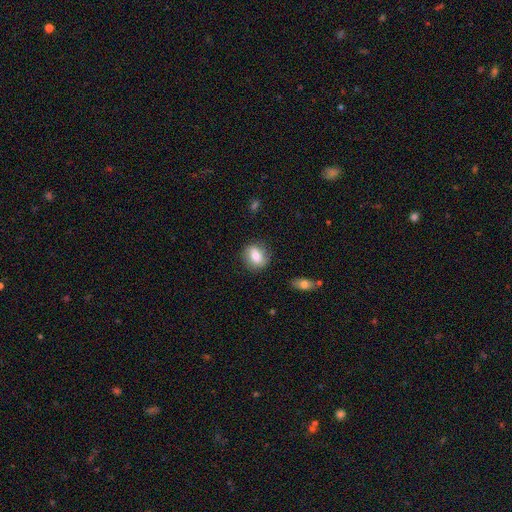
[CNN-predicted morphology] smooth 70%, featured or disk 22%, star or artifact 8%. Down the decision tree: how rounded — round (57%); merging — none (82%).